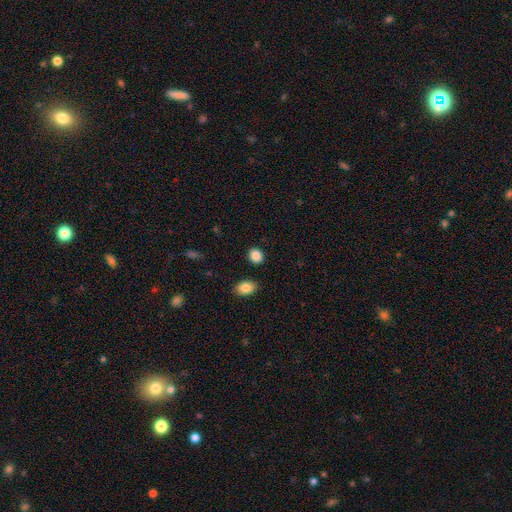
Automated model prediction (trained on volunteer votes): smooth-or-featured: smooth: 88% | star or artifact: 9% | featured or disk: 4%
  how-rounded: in between: 50% | round: 49% | cigar-shaped: 1%
  merging: none: 87% | minor disturbance: 8% | merger: 3% | major disturbance: 2%